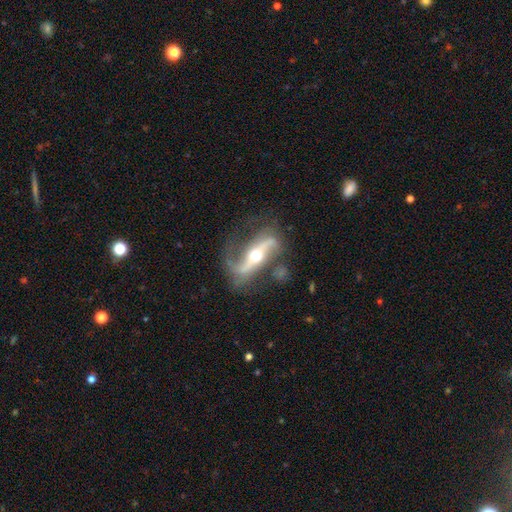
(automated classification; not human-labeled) Smooth or featured: featured or disk — 87% (smooth — 8%)
Edge-on disk: no — 84% (yes — 16%)
Bar: strong — 48% (no — 30%)
Spiral arms: yes — 93% (no — 7%)
Spiral winding: loose — 72% (medium — 21%)
Spiral arm count: 2 — 89% (1 — 5%)
Bulge size: moderate — 68% (small — 24%)
Merging: none — 61% (minor disturbance — 20%)